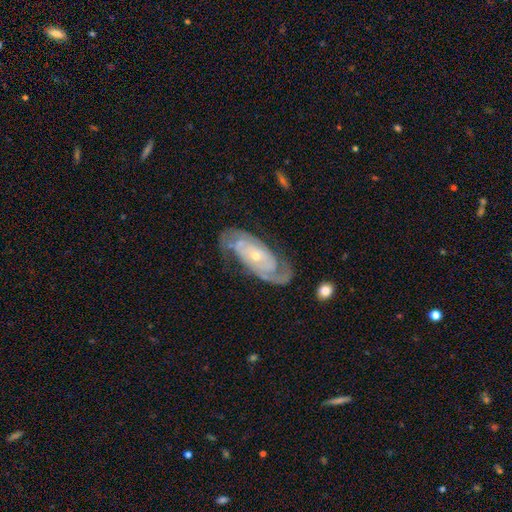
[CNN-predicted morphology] smooth-or-featured: featured or disk: 88% | smooth: 7% | star or artifact: 5%
  disk-edge-on: no: 94% | yes: 6%
    bar: no: 71% | weak: 20% | strong: 8%
    has-spiral-arms: yes: 96% | no: 4%
      spiral-winding: tight: 61% | medium: 31% | loose: 8%
      spiral-arm-count: 2: 79% | can't tell: 10% | 3: 5% | 1: 3% | 4: 2% | more than 4: 2%
    bulge-size: small: 70% | moderate: 27% | large: 1% | none: 1% | dominant: 1%
  merging: none: 74% | minor disturbance: 16% | major disturbance: 8% | merger: 2%